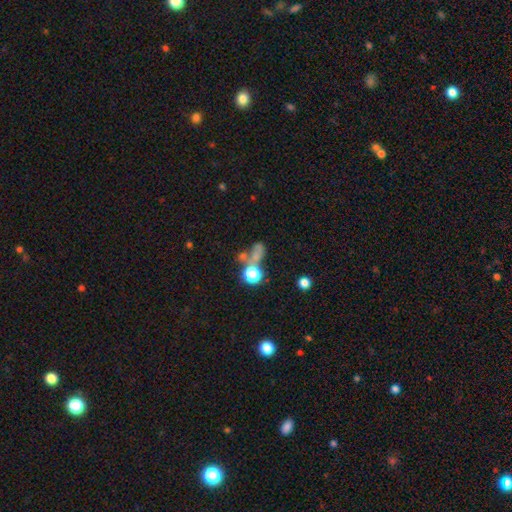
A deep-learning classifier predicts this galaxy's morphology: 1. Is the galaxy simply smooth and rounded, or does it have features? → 55% smooth, 29% star or artifact, 17% featured or disk.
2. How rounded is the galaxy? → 57% round, 38% in between, 5% cigar-shaped.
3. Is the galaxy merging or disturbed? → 37% merger, 33% none, 18% major disturbance, 12% minor disturbance.